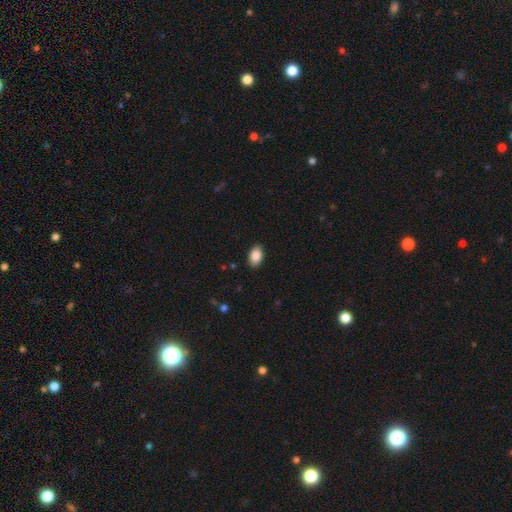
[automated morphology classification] This is clearly a smooth galaxy (88%). How rounded: clearly in between (92%). Merging: clearly none (89%).